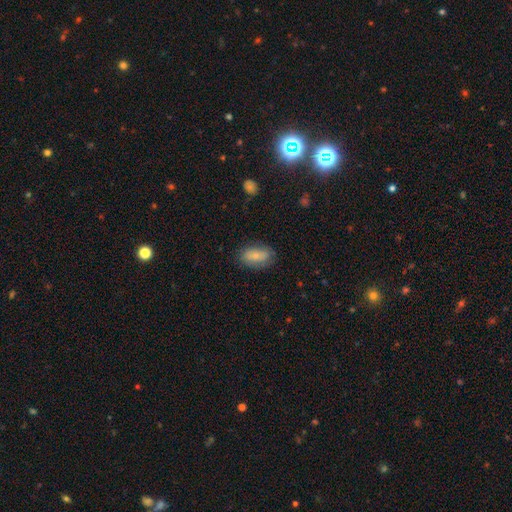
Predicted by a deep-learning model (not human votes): The model was most divided on "smooth or featured": smooth: 72%, featured or disk: 20%, star or artifact: 7%. More confident: how rounded — in between (89%); merging — none (80%).